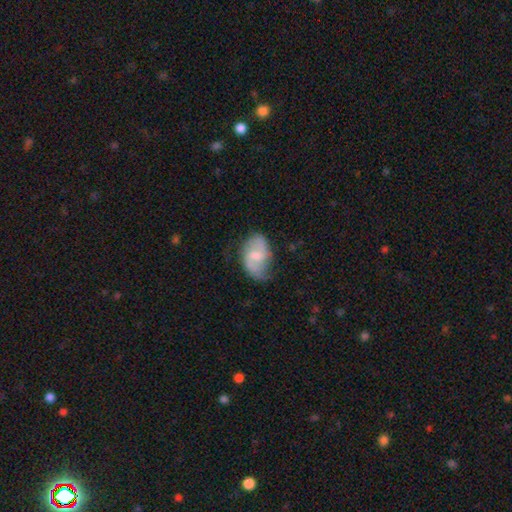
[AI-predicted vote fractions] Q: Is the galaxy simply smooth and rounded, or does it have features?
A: featured or disk — 55%.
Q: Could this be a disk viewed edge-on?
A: no — 97%.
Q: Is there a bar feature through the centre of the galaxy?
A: weak — 55%.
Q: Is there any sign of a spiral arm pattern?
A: yes — 84%.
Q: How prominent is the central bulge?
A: moderate — 46%.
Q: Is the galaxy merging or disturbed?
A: none — 56%.